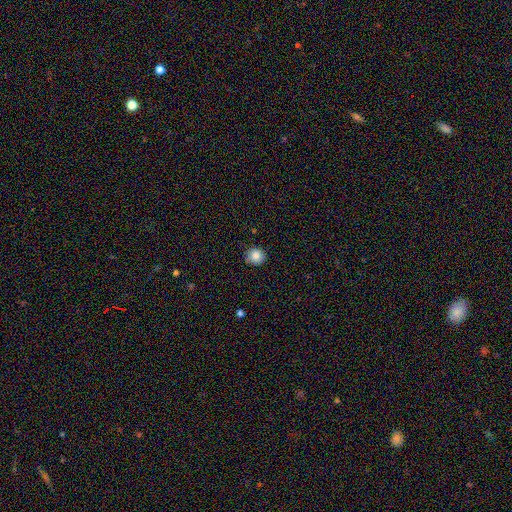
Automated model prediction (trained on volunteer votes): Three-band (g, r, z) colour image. It shows a smooth galaxy with no disk features (84%) that is round (89%). Merging: none (82%).